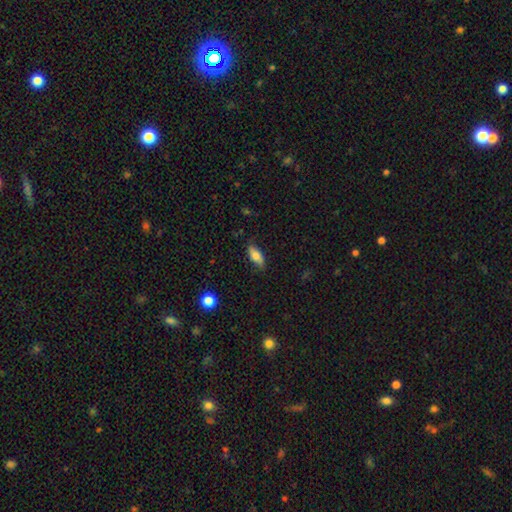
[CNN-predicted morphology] smooth_or_featured: smooth (p=0.73) [alt: featured or disk p=0.20]
how_rounded: in between (p=0.81) [alt: cigar-shaped p=0.16]
merging: none (p=0.79) [alt: minor disturbance p=0.17]